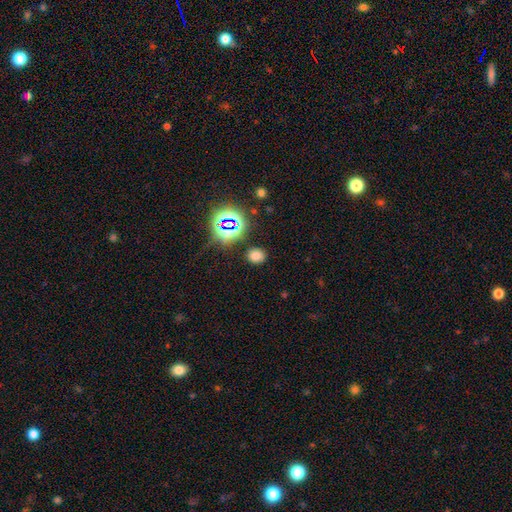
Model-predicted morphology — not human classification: smooth-or-featured: smooth: 69% | star or artifact: 25% | featured or disk: 6%
  how-rounded: round: 60% | in between: 39% | cigar-shaped: 1%
  merging: none: 86% | minor disturbance: 9% | major disturbance: 3% | merger: 2%